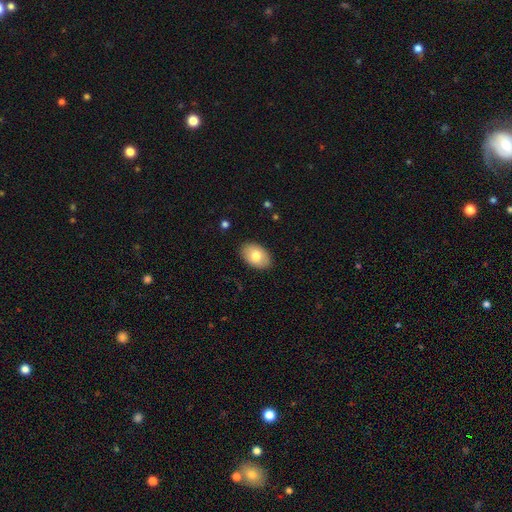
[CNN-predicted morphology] type=smooth (78%); roundness=in between (90%); merging=none (88%).